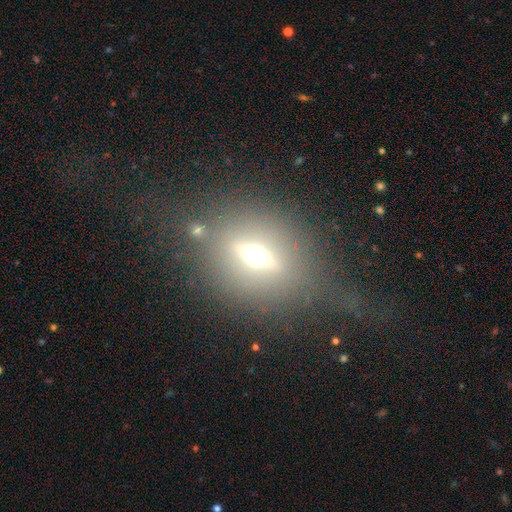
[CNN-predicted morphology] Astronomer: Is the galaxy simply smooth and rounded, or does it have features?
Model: featured or disk — 57%.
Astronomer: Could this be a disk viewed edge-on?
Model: yes — 71%.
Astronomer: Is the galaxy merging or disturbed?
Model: none — 74%.